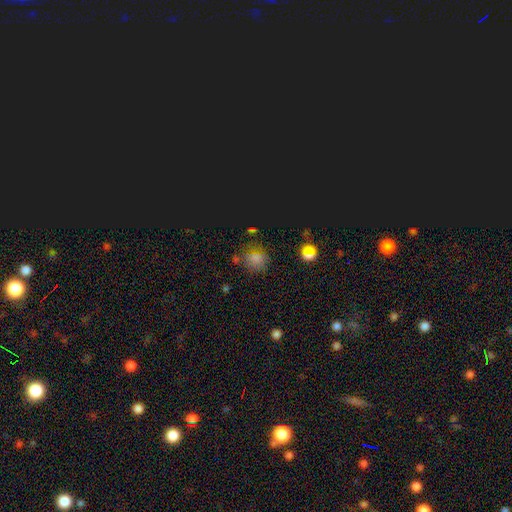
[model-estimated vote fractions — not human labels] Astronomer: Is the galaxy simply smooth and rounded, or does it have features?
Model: smooth — 56% (runner-up: star or artifact, 36%).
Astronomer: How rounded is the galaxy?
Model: round — 79%.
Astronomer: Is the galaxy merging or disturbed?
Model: none — 75%.